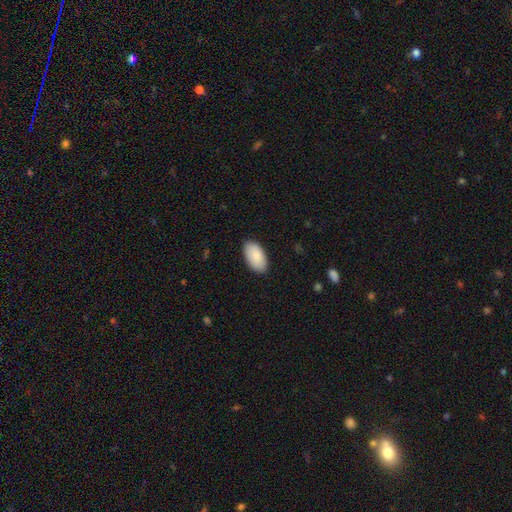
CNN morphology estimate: This appears to be a smooth galaxy with no disk features (87%) that is in between round and cigar-shaped (96%). Merging: none (86%).